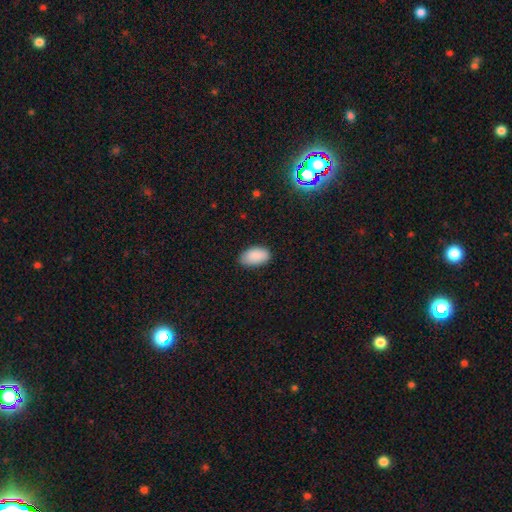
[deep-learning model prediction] smooth_or_featured: smooth (p=0.90) [alt: star or artifact p=0.07]
how_rounded: in between (p=0.95) [alt: round p=0.03]
merging: none (p=0.82) [alt: minor disturbance p=0.15]